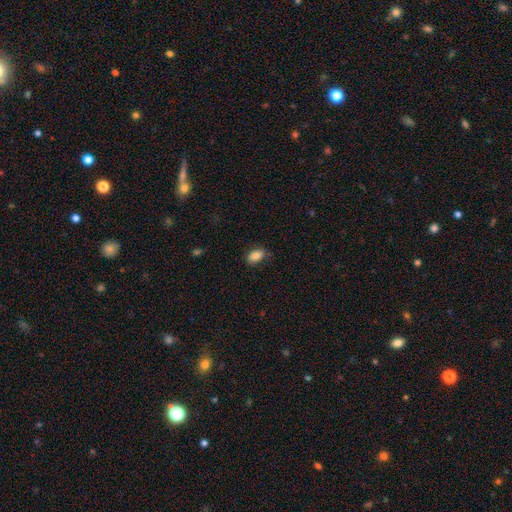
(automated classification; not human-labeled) smooth-or-featured: smooth: 84% | star or artifact: 8% | featured or disk: 8%
  how-rounded: in between: 89% | round: 9% | cigar-shaped: 2%
  merging: none: 77% | minor disturbance: 18% | major disturbance: 4% | merger: 1%